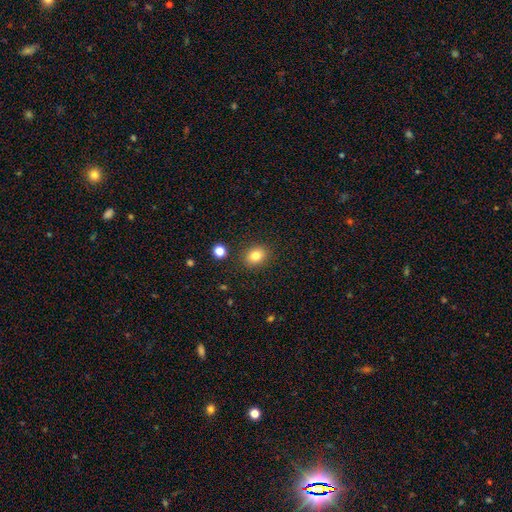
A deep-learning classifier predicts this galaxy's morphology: This is clearly a smooth galaxy (82%). How rounded: possibly round (54%). Merging: clearly none (87%).